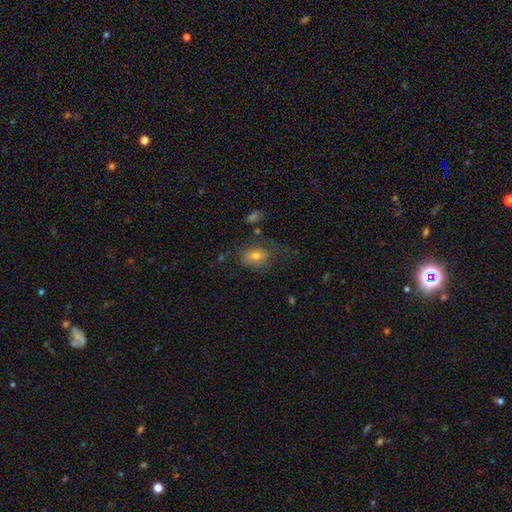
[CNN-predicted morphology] Smooth or featured?
  - smooth: 62% *
  - featured or disk: 25%
  - star or artifact: 14%
How rounded?
  - in between: 66% *
  - round: 32%
  - cigar-shaped: 2%
Merging?
  - none: 51% *
  - minor disturbance: 23%
  - major disturbance: 22%
  - merger: 4%